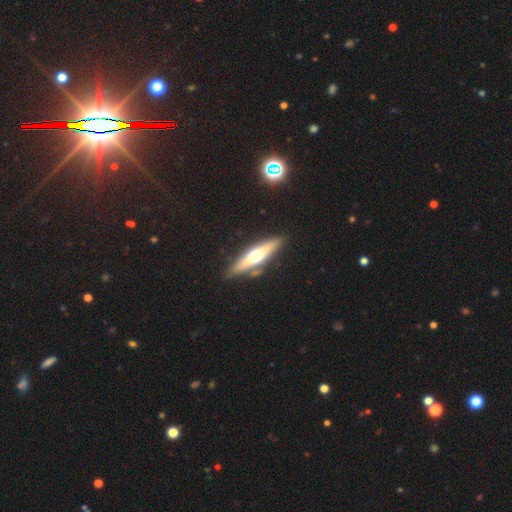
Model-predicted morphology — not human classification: This is possibly a featured or disk galaxy (55%). It is clearly viewed edge-on (90%). Merging: clearly none (81%).